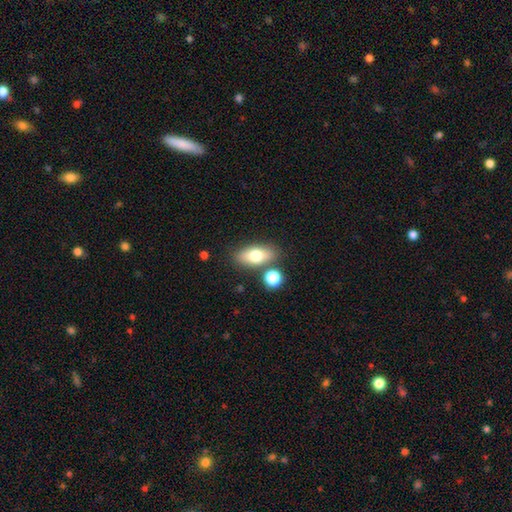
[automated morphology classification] A smooth galaxy with no disk features (72%) that is in between round and cigar-shaped (81%).

Vote fractions:
- Smooth or featured? smooth: 72% / featured or disk: 20% / star or artifact: 8%
- How rounded? in between: 81% / cigar-shaped: 11% / round: 8%
- Merging? none: 76% / minor disturbance: 11% / merger: 10% / major disturbance: 3%